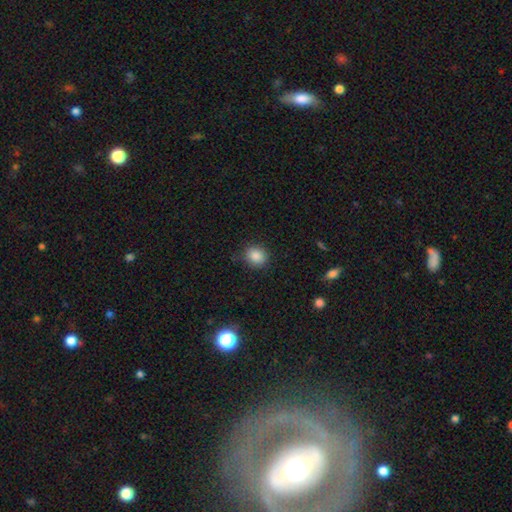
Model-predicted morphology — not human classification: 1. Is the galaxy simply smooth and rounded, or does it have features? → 87% smooth, 10% star or artifact, 3% featured or disk.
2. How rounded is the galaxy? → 78% round, 21% in between, 1% cigar-shaped.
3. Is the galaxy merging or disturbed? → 86% none, 10% minor disturbance, 3% major disturbance, 1% merger.